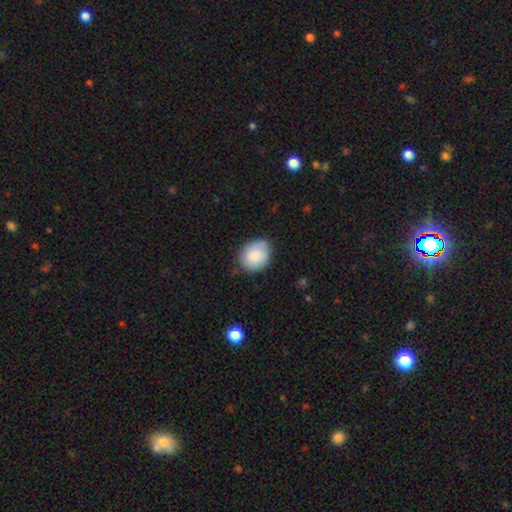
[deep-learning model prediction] A smooth galaxy with no disk features (82%) that is round (56%). Merging: none (72%).